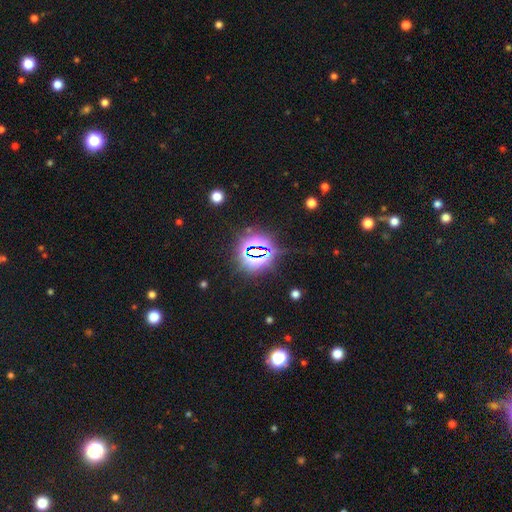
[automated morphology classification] Q: Smooth or featured?
A: star or artifact (80%); runner-up: smooth (12%)